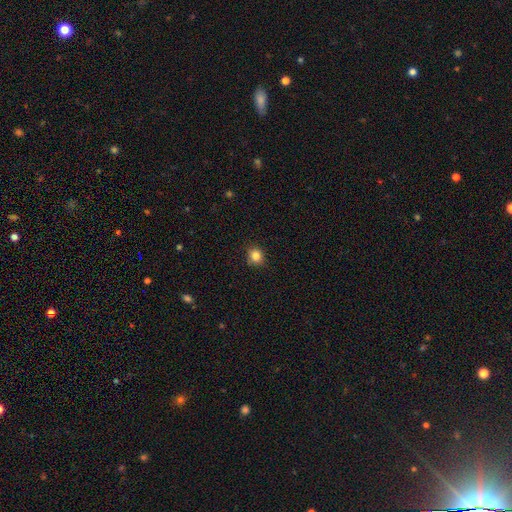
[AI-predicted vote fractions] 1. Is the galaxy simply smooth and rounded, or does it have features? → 84% smooth, 11% star or artifact, 5% featured or disk.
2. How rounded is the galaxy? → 77% round, 23% in between, 1% cigar-shaped.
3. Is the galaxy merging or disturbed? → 86% none, 11% minor disturbance, 2% major disturbance, 1% merger.